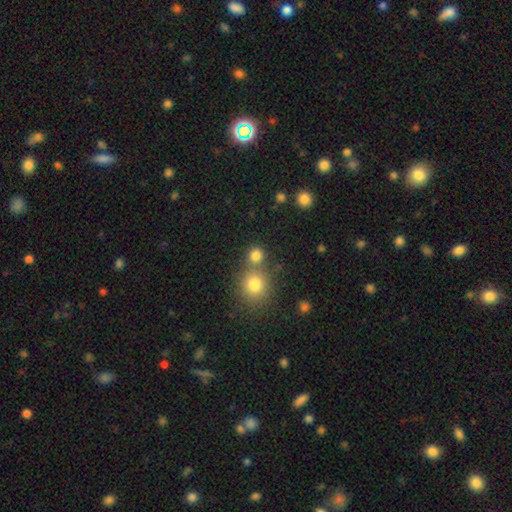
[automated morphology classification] Smooth or featured: smooth — 81% (star or artifact — 13%)
How rounded: round — 87% (in between — 12%)
Merging: none — 59% (merger — 31%)